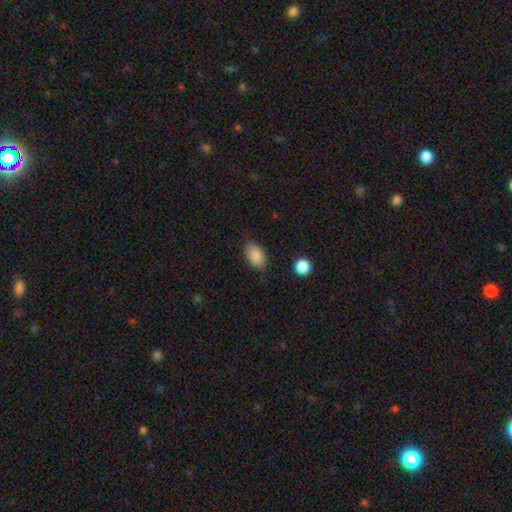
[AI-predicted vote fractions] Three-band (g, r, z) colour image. It shows a smooth galaxy with no disk features (87%) that is in between round and cigar-shaped (91%). Merging: none (81%).